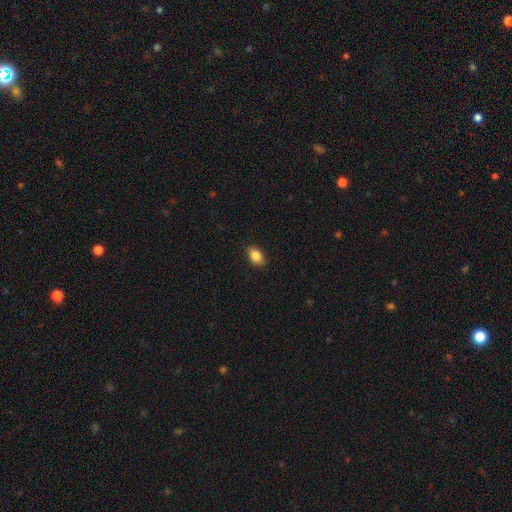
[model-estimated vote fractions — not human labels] A smooth galaxy with no disk features (87%) that is in between round and cigar-shaped (84%). Merging: none (89%).